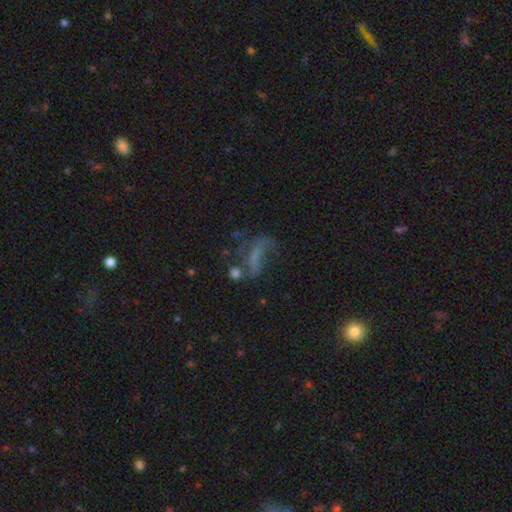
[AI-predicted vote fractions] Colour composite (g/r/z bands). It shows a featured or disk galaxy (47%). Merging: major disturbance (37%).